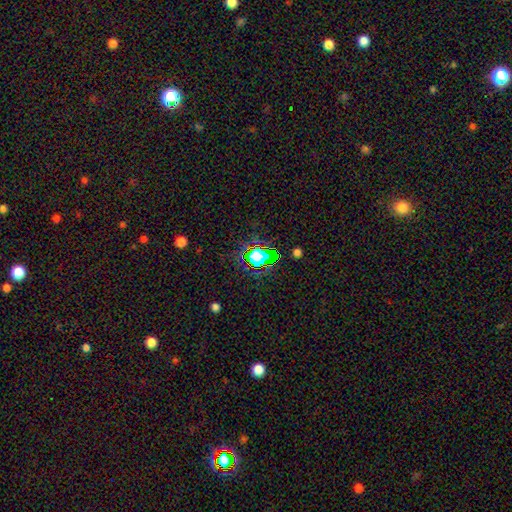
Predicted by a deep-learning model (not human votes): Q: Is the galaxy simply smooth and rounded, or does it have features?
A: star or artifact — 53%.